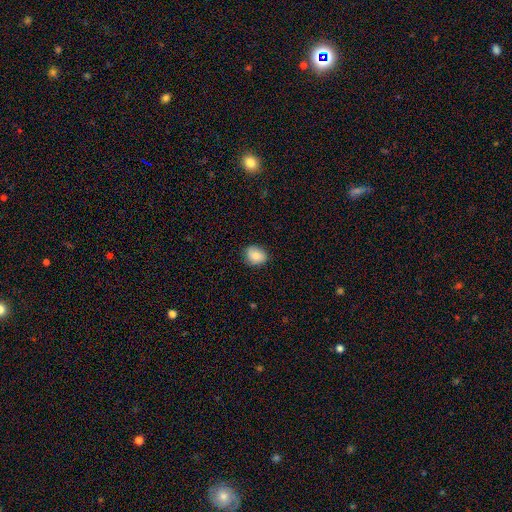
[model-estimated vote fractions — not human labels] A smooth galaxy with no disk features (84%) that is in between round and cigar-shaped (51%). Merging: none (82%).